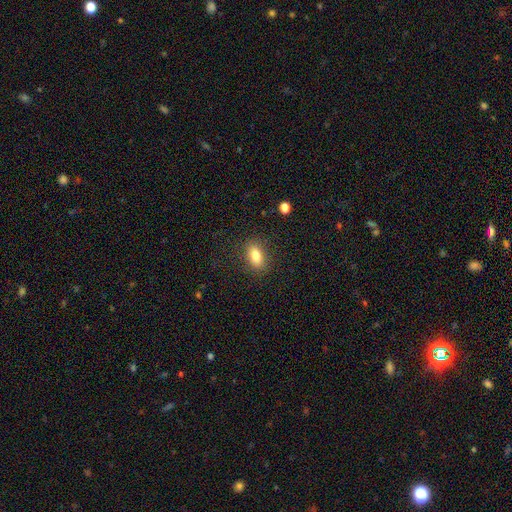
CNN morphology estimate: smooth-or-featured: smooth: 82% | featured or disk: 9% | star or artifact: 9%
  how-rounded: in between: 86% | round: 8% | cigar-shaped: 6%
  merging: none: 86% | minor disturbance: 10% | major disturbance: 3% | merger: 1%